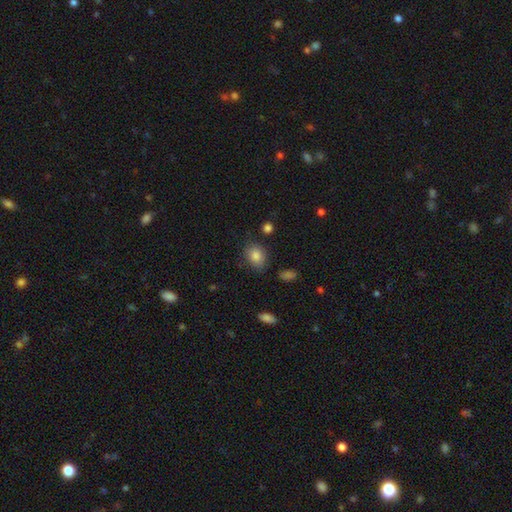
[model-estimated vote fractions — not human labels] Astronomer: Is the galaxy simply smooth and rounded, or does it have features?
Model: smooth — 84%.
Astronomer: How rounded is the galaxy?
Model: in between — 65%.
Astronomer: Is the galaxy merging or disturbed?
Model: none — 75%.